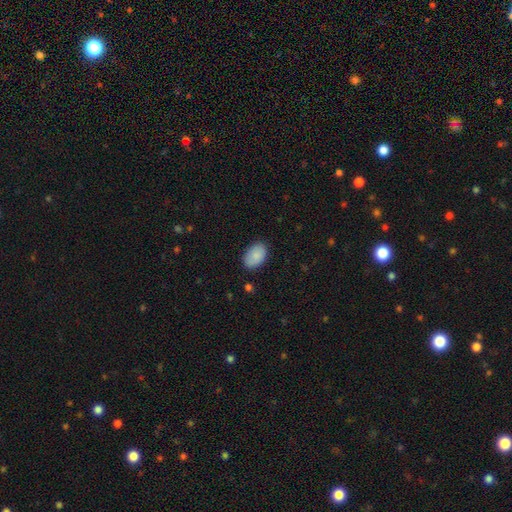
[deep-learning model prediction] The model was most divided on "merging": none: 84%, minor disturbance: 12%, major disturbance: 3%, merger: 1%. More confident: how rounded — in between (90%); smooth or featured — smooth (88%).